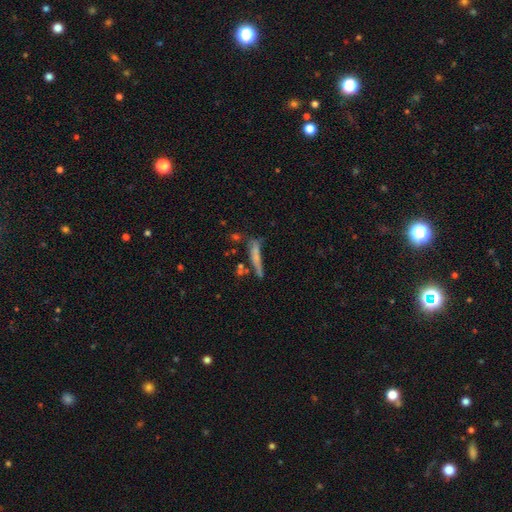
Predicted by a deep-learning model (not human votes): Overall: smooth (57%; featured or disk 33%). How rounded: cigar-shaped (92%). Merging: none (60%; minor disturbance 21%).